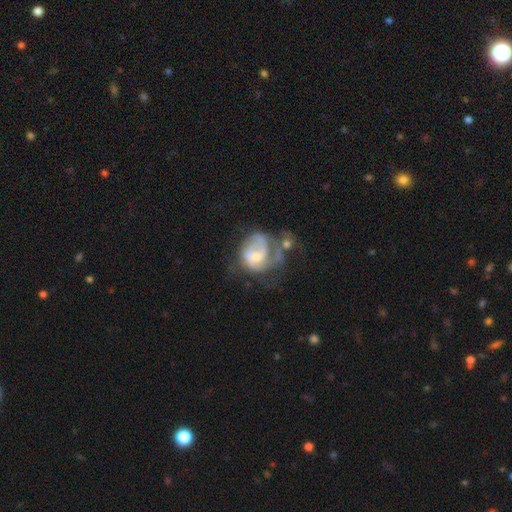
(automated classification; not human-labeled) Smooth or featured? featured or disk (68%)
Edge-on disk? no (98%)
Bar? no (61%)
Spiral arms? yes (76%)
Spiral winding? medium (39%)
Spiral arm count? 2 (32%)
Bulge size? moderate (46%)
Merging? major disturbance (37%)